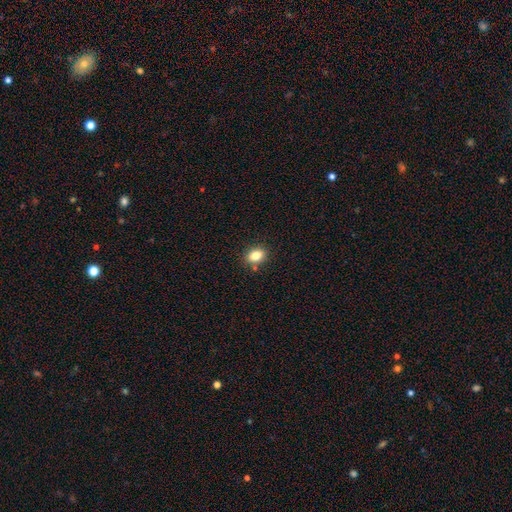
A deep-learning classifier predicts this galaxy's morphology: Smooth or featured: smooth — 82% (star or artifact — 10%)
How rounded: in between — 71% (round — 28%)
Merging: none — 82% (minor disturbance — 10%)